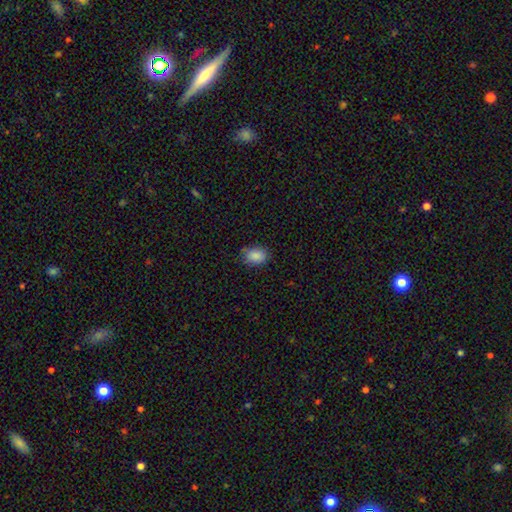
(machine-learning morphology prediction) Smooth or featured?
  - smooth: 87% *
  - star or artifact: 8%
  - featured or disk: 5%
How rounded?
  - in between: 73% *
  - round: 26%
  - cigar-shaped: 1%
Merging?
  - none: 76% *
  - minor disturbance: 19%
  - major disturbance: 4%
  - merger: 2%